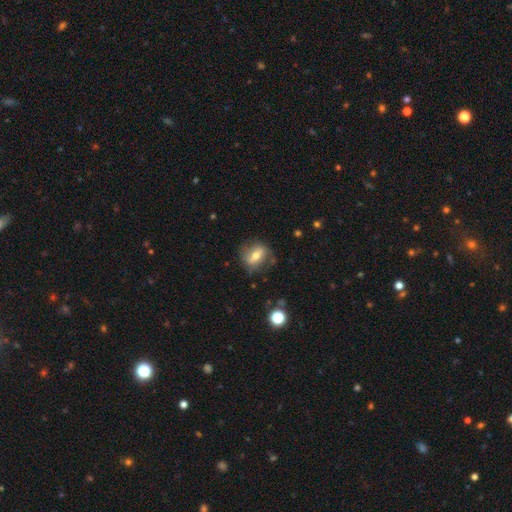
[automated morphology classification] smooth 47%, featured or disk 44%, star or artifact 9%. Down the decision tree: merging — none (70%).